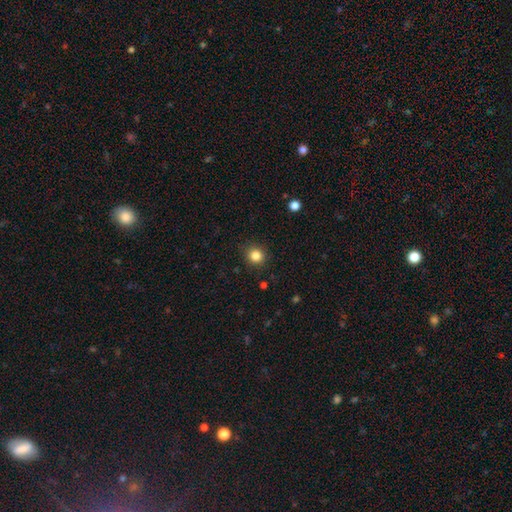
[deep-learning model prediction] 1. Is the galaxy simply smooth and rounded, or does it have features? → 84% smooth, 11% star or artifact, 5% featured or disk.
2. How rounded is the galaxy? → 88% round, 11% in between, 1% cigar-shaped.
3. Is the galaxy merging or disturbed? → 89% none, 8% minor disturbance, 2% major disturbance, 1% merger.